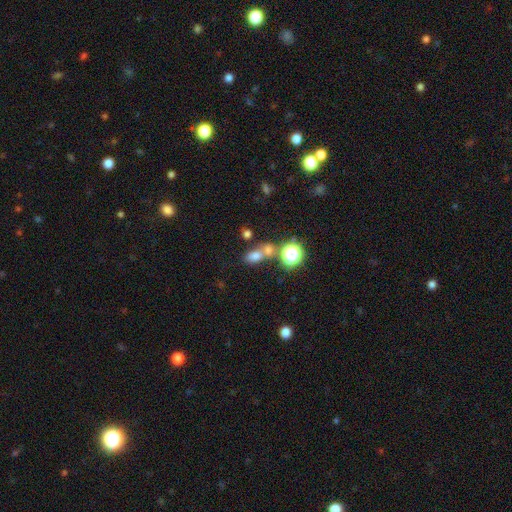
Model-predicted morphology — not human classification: The model was most divided on "merging": none: 44%, merger: 40%, minor disturbance: 10%, major disturbance: 6%. More confident: how rounded — in between (67%); smooth or featured — smooth (66%).